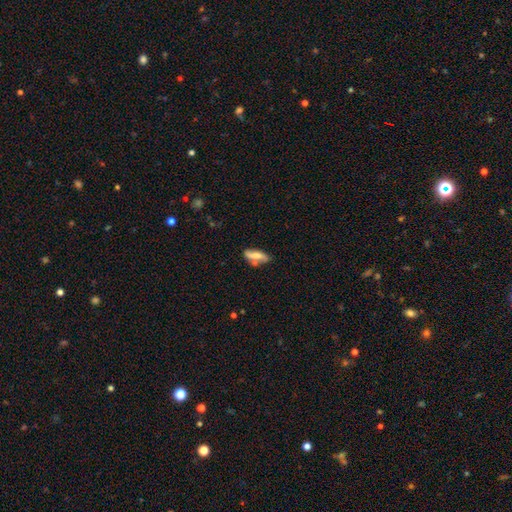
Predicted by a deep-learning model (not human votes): A smooth galaxy with no disk features (59%) that is in between round and cigar-shaped (58%). Merging: none (56%).